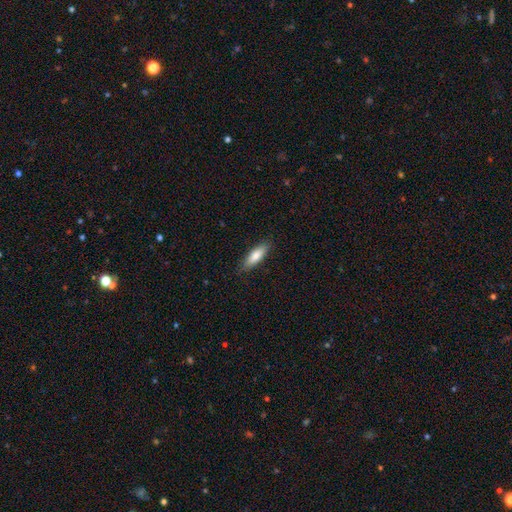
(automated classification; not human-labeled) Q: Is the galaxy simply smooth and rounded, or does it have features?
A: smooth — 78%.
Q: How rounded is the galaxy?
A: in between — 50%.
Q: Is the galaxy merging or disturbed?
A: none — 85%.